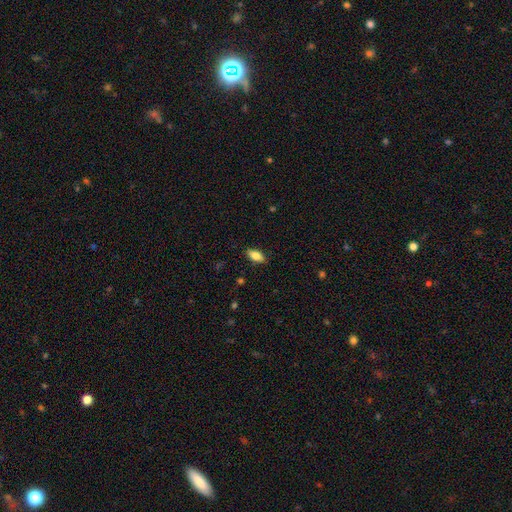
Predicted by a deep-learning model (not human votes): Smooth or featured? Predicted: smooth (p=0.79). How rounded? Predicted: in between (p=0.85). Merging? Predicted: none (p=0.87).